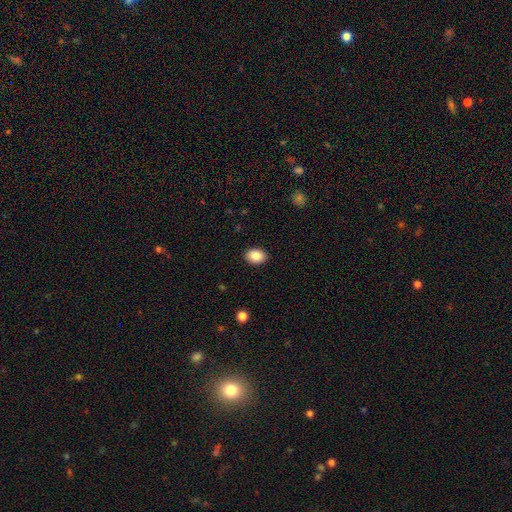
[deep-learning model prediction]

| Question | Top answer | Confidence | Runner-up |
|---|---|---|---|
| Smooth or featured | smooth | 88% | star or artifact (8%) |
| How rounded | in between | 76% | round (23%) |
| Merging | none | 90% | minor disturbance (7%) |